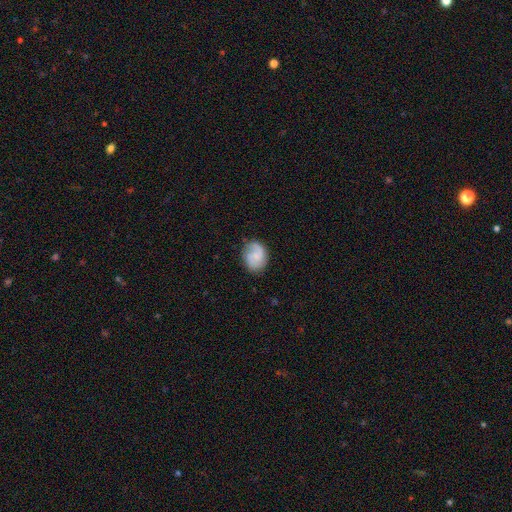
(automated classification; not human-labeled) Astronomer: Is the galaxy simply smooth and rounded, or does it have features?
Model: featured or disk — 54% (runner-up: smooth, 38%).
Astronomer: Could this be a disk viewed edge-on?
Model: no — 98%.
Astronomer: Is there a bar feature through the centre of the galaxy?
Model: no — 57% (runner-up: weak, 38%).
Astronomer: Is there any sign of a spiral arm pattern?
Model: yes — 91%.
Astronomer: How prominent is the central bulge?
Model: small — 49% (runner-up: none, 28%).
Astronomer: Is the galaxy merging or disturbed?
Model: none — 76%.